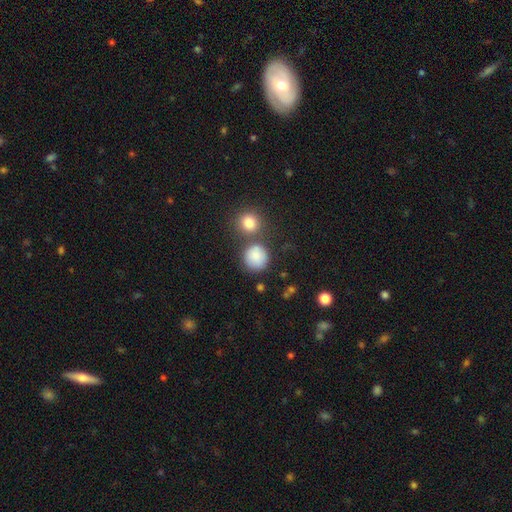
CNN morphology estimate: The model was most divided on "merging": none: 68%, merger: 14%, minor disturbance: 13%, major disturbance: 5%. More confident: how rounded — round (89%); smooth or featured — smooth (83%).